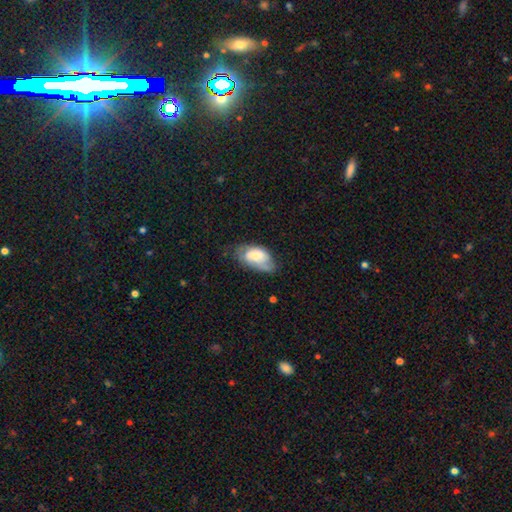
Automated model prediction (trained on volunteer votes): Smooth or featured? Predicted: featured or disk (p=0.50). Merging? Predicted: none (p=0.52).